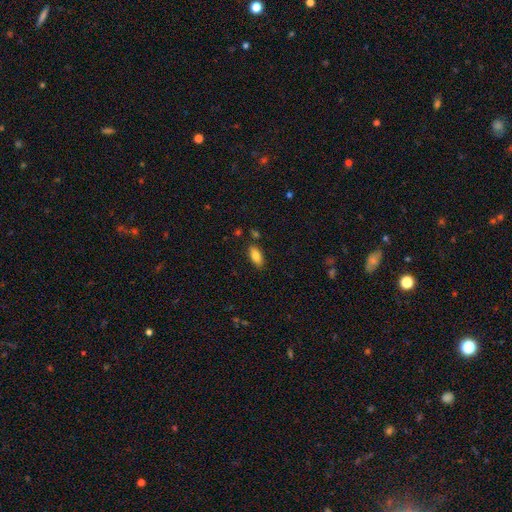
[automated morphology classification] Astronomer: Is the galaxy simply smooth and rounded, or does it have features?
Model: smooth — 83%.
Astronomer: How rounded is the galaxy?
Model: in between — 89%.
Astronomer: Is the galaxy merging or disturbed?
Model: none — 84%.